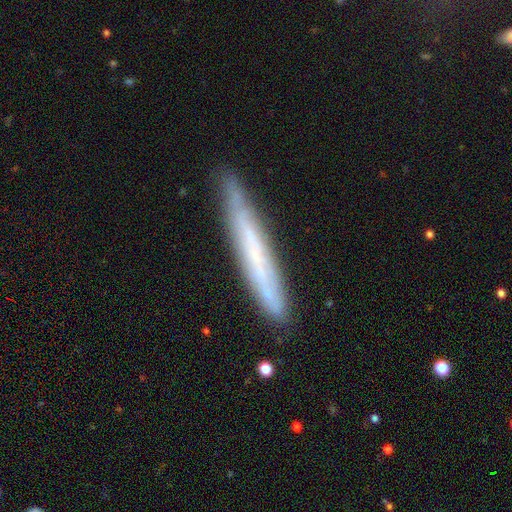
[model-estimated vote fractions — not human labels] Smooth or featured?
  - featured or disk: 52% *
  - smooth: 41%
  - star or artifact: 7%
Edge-on disk?
  - yes: 85% *
  - no: 15%
Merging?
  - none: 85% *
  - minor disturbance: 12%
  - major disturbance: 2%
  - merger: 2%